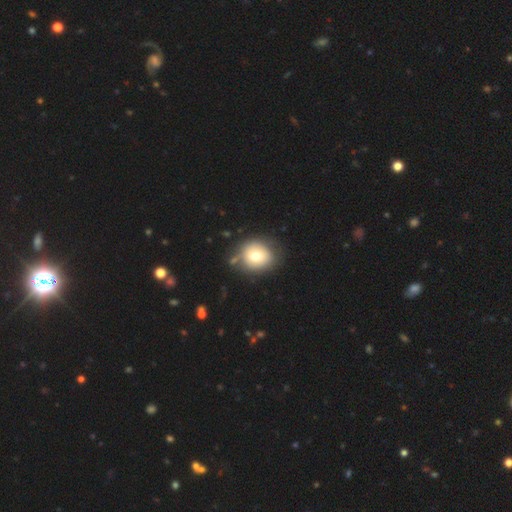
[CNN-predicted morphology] This appears to be a smooth galaxy with no disk features (74%) that is round (72%). Merging: none (72%).